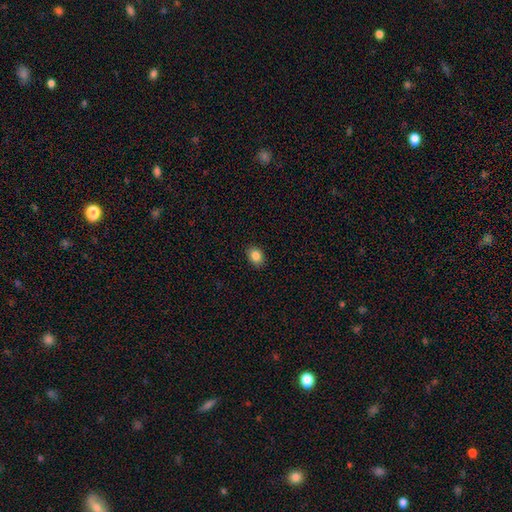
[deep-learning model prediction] smooth 85%, star or artifact 9%, featured or disk 5%. Down the decision tree: how rounded — in between (70%); merging — none (88%).